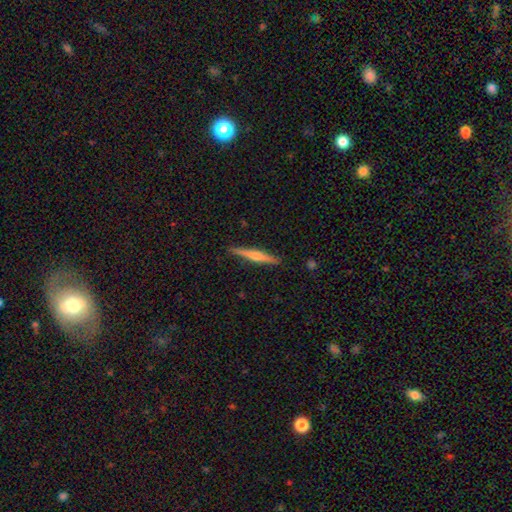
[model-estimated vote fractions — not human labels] This appears to be a featured or disk galaxy (63%) viewed edge-on (98%) with a rounded central bulge (81%). Merging: none (91%).